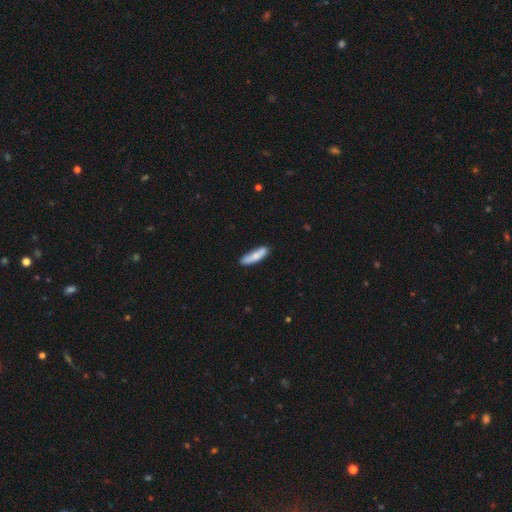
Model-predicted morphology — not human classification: Smooth or featured: smooth — 76% (featured or disk — 18%)
How rounded: cigar-shaped — 69% (in between — 29%)
Merging: none — 79% (minor disturbance — 16%)